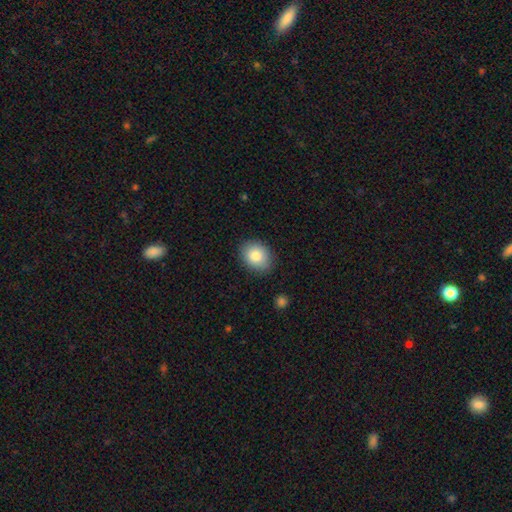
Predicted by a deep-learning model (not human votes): A smooth galaxy with no disk features (84%) that is in between round and cigar-shaped (56%). Merging: none (86%).